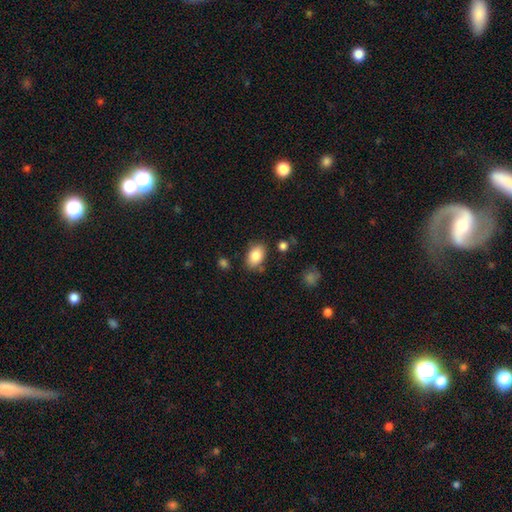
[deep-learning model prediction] The model was most divided on "merging": none: 78%, minor disturbance: 14%, merger: 4%, major disturbance: 4%. More confident: how rounded — in between (86%); smooth or featured — smooth (85%).